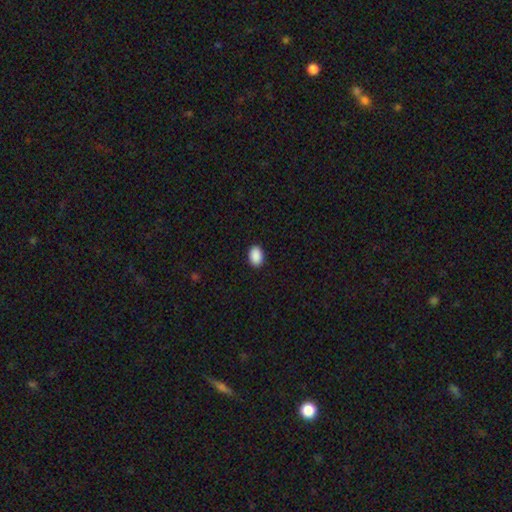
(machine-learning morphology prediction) The model was most divided on "how rounded": in between: 84%, round: 15%, cigar-shaped: 1%. More confident: smooth or featured — smooth (91%); merging — none (91%).